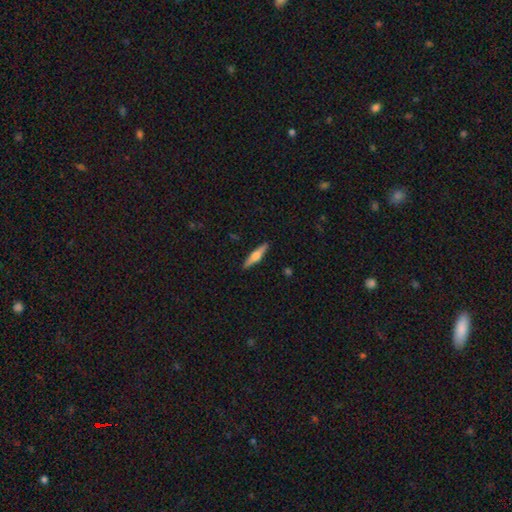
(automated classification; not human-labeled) featured or disk 57%, smooth 37%, star or artifact 6%. Down the decision tree: edge-on disk — yes (96%); edge-on bulge — rounded (93%); merging — none (91%).